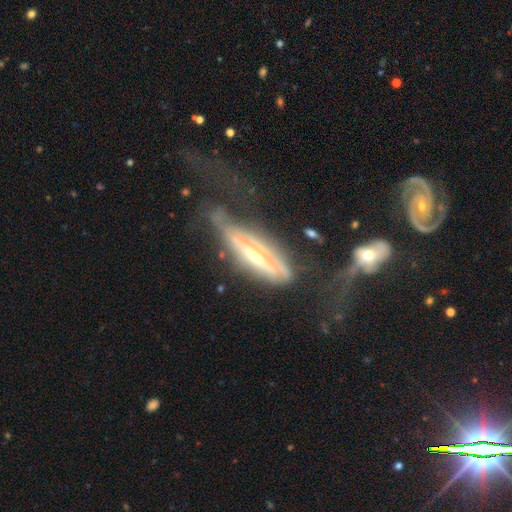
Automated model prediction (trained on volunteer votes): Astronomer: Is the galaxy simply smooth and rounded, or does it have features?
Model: featured or disk — 78%.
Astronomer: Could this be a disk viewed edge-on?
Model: yes — 67%.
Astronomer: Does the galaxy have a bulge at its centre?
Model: rounded — 63%.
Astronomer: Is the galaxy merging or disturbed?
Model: major disturbance — 40% (runner-up: none, 30%).